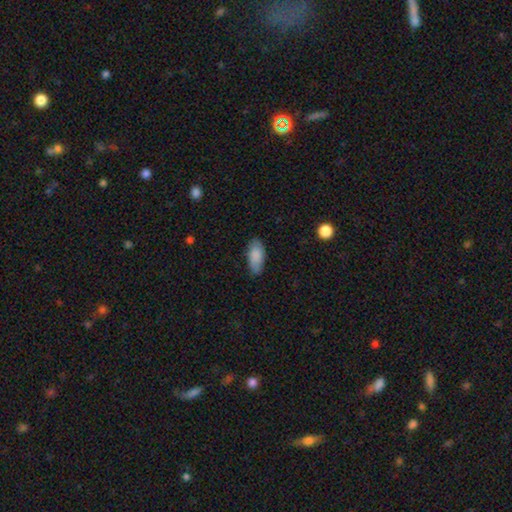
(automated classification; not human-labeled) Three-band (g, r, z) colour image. It shows a smooth galaxy with no disk features (85%) that is in between round and cigar-shaped (89%). Merging: none (78%).